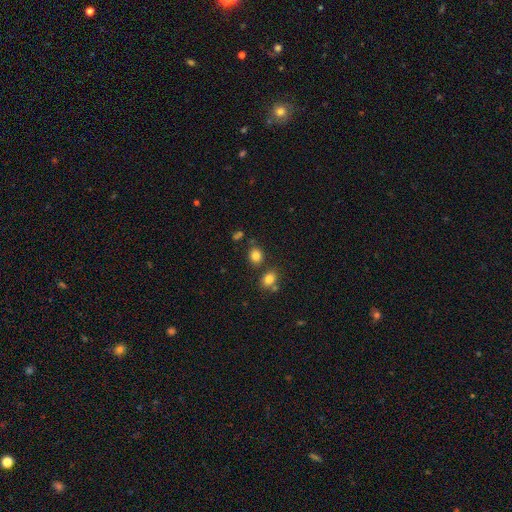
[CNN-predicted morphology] Smooth or featured? Predicted: smooth (p=0.81). How rounded? Predicted: round (p=0.73). Merging? Predicted: none (p=0.76).